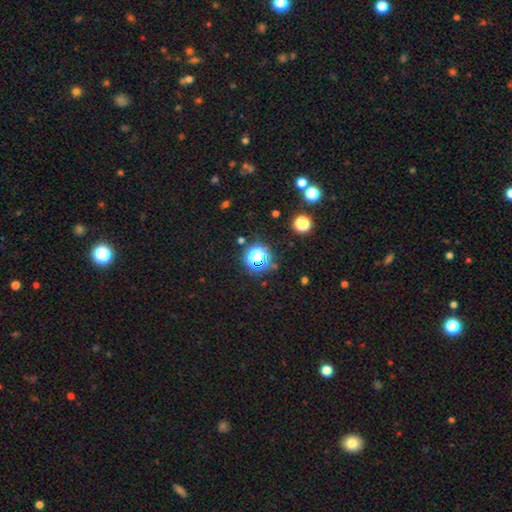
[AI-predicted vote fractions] A star or artifact, not a galaxy (54%).

Vote fractions:
- Smooth or featured? star or artifact: 54% / smooth: 37% / featured or disk: 9%